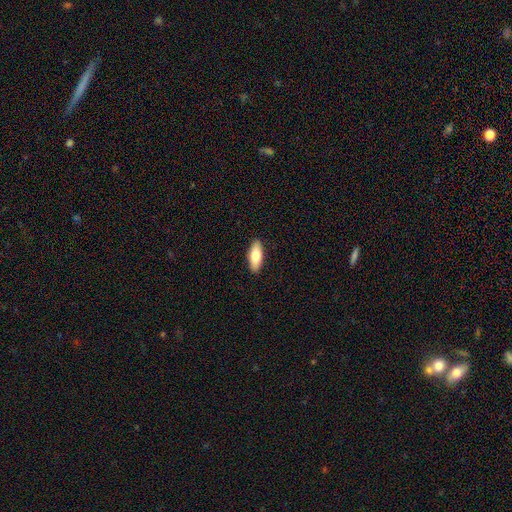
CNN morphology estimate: Smooth or featured? Predicted: smooth (p=0.77). How rounded? Predicted: in between (p=0.76). Merging? Predicted: none (p=0.90).